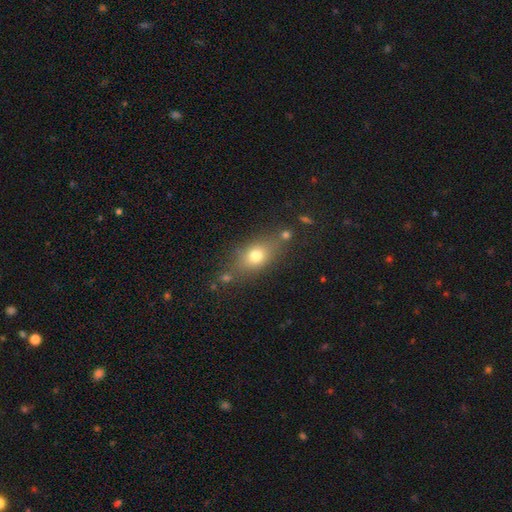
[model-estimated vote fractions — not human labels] A smooth galaxy with no disk features (71%) that is in between round and cigar-shaped (64%).

Vote fractions:
- Smooth or featured? smooth: 71% / featured or disk: 16% / star or artifact: 13%
- How rounded? in between: 64% / round: 27% / cigar-shaped: 10%
- Merging? none: 65% / minor disturbance: 17% / merger: 11% / major disturbance: 7%